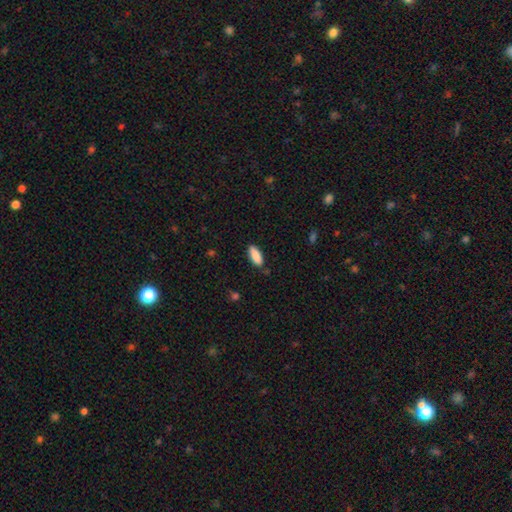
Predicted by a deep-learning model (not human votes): Smooth or featured: smooth — 88% (star or artifact — 6%)
How rounded: in between — 78% (cigar-shaped — 21%)
Merging: none — 82% (minor disturbance — 13%)